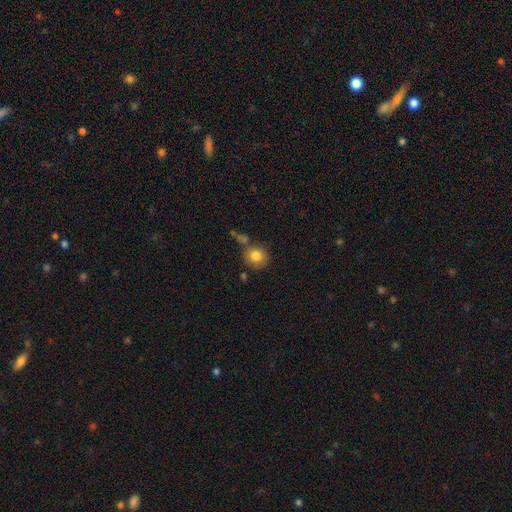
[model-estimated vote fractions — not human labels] This is clearly a smooth galaxy (82%). How rounded: clearly round (86%). Merging: likely none (64%).